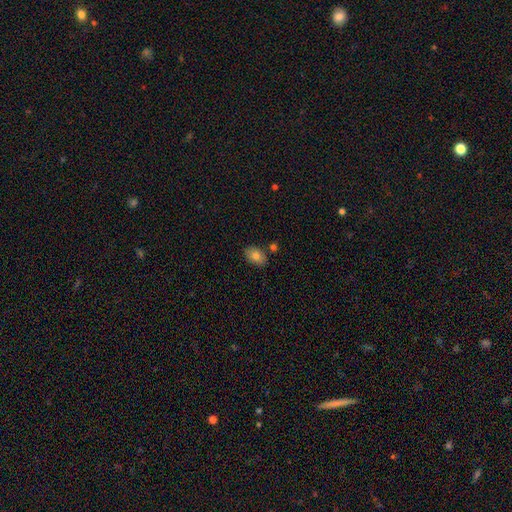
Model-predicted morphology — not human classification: A smooth galaxy with no disk features (83%) that is in between round and cigar-shaped (84%).

Vote fractions:
- Smooth or featured? smooth: 83% / featured or disk: 9% / star or artifact: 8%
- How rounded? in between: 84% / round: 15% / cigar-shaped: 1%
- Merging? none: 79% / minor disturbance: 12% / merger: 6% / major disturbance: 3%